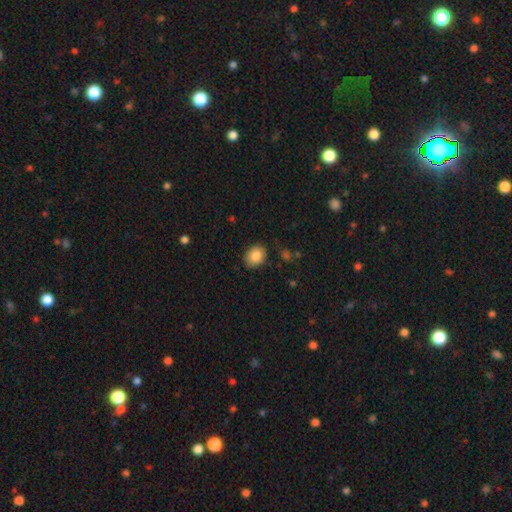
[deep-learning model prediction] Smooth or featured?
  - smooth: 85% *
  - star or artifact: 8%
  - featured or disk: 7%
How rounded?
  - in between: 57% *
  - round: 42%
  - cigar-shaped: 1%
Merging?
  - none: 84% *
  - minor disturbance: 12%
  - major disturbance: 3%
  - merger: 1%